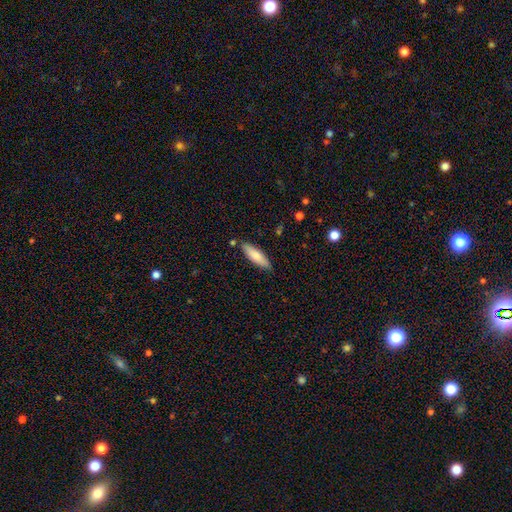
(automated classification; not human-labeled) Overall: smooth (70%). How rounded: cigar-shaped (55%; in between 43%). Merging: none (83%).